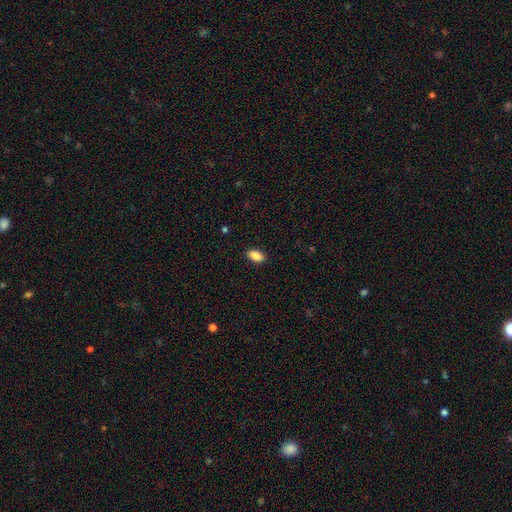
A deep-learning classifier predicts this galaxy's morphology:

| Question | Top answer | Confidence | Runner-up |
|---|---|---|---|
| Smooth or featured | smooth | 89% | star or artifact (7%) |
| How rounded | in between | 92% | round (5%) |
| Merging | none | 89% | minor disturbance (8%) |